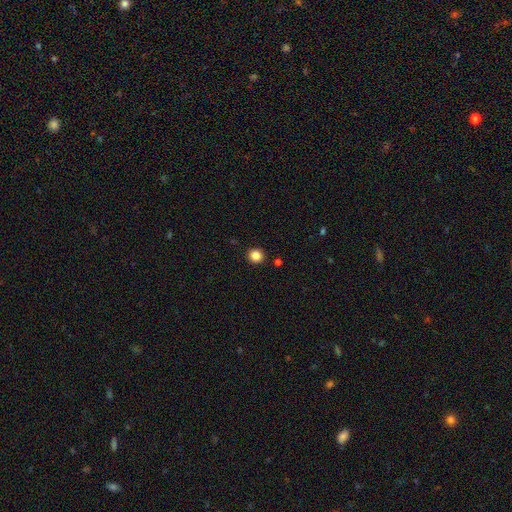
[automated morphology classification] Smooth or featured? smooth (86%)
How rounded? round (94%)
Merging? none (92%)